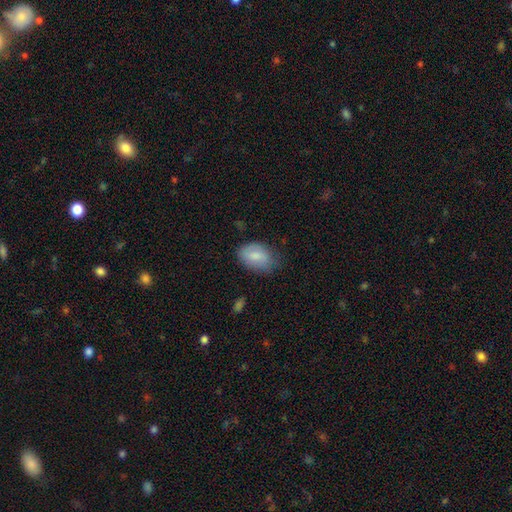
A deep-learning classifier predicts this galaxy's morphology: smooth_or_featured: smooth (p=0.81) [alt: featured or disk p=0.12]
how_rounded: in between (p=0.85) [alt: round p=0.14]
merging: none (p=0.63) [alt: minor disturbance p=0.28]